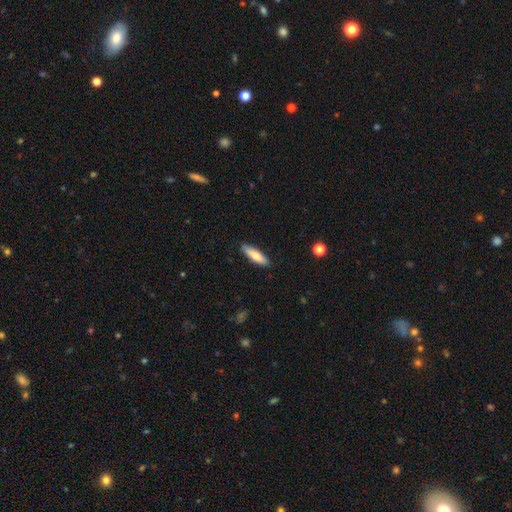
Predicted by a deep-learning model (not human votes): Q: Smooth or featured?
A: smooth (74%); runner-up: featured or disk (20%)
Q: How rounded?
A: cigar-shaped (62%); runner-up: in between (36%)
Q: Merging?
A: none (87%); runner-up: minor disturbance (10%)